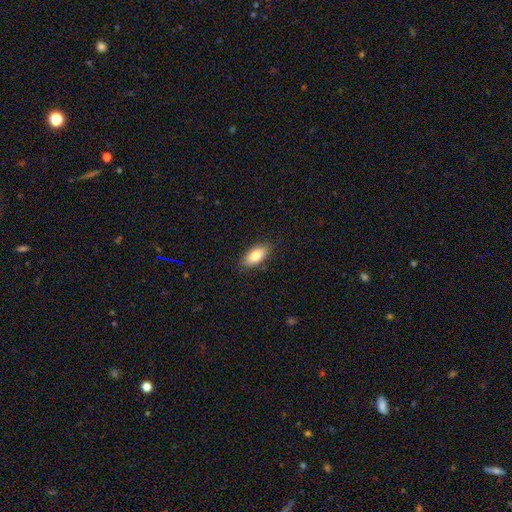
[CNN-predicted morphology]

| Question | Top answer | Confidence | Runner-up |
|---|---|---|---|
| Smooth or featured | smooth | 81% | featured or disk (12%) |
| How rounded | in between | 89% | cigar-shaped (8%) |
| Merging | none | 87% | minor disturbance (10%) |